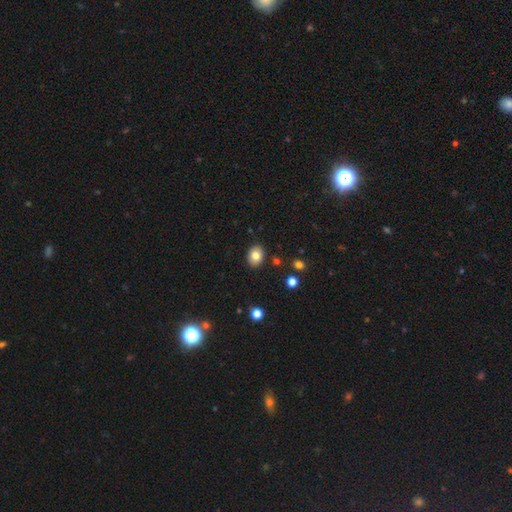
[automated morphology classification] The model was most divided on "how rounded": in between: 60%, round: 39%, cigar-shaped: 1%. More confident: merging — none (88%); smooth or featured — smooth (82%).